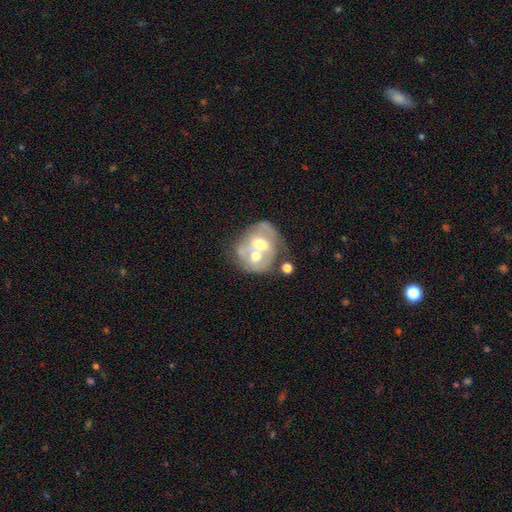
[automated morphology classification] Smooth or featured: featured or disk — 55% (smooth — 38%)
Edge-on disk: no — 97% (yes — 3%)
Bar: no — 74% (weak — 19%)
Spiral arms: no — 73% (yes — 27%)
Bulge size: moderate — 74% (small — 12%)
Merging: merger — 64% (none — 19%)